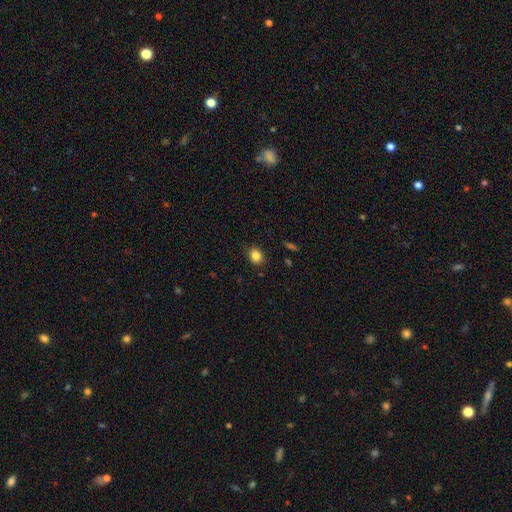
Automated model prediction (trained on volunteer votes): Morphology: type=smooth (84%); roundness=round (61%); merging=none (86%).